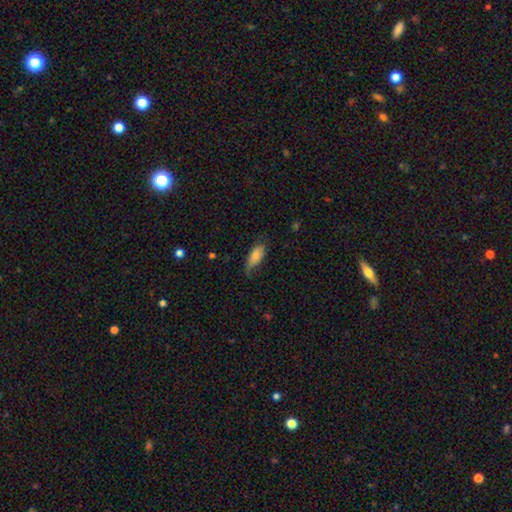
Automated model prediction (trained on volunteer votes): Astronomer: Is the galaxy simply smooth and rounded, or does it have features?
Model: smooth — 73%.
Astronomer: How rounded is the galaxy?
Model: in between — 85%.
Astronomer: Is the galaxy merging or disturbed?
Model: none — 50% (runner-up: minor disturbance, 34%).